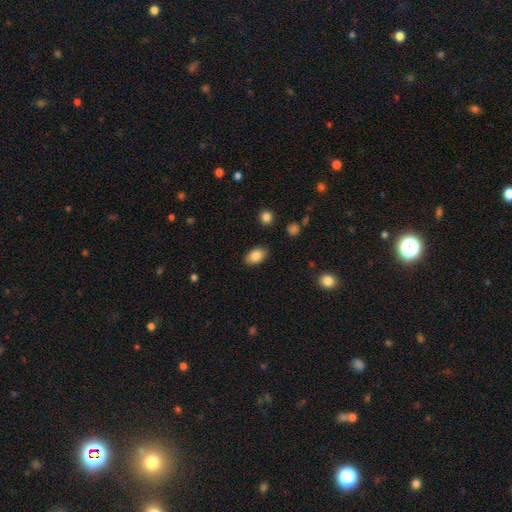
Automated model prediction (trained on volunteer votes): Smooth or featured? smooth (85%)
How rounded? in between (89%)
Merging? none (86%)